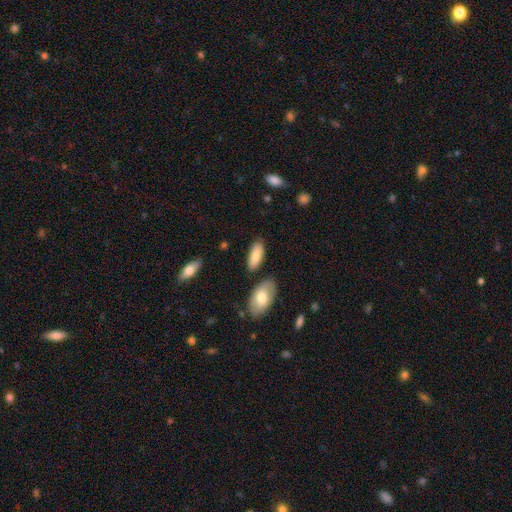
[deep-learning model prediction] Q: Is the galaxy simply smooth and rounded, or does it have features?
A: smooth — 84%.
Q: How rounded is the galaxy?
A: in between — 83%.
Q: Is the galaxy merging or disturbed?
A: none — 80%.